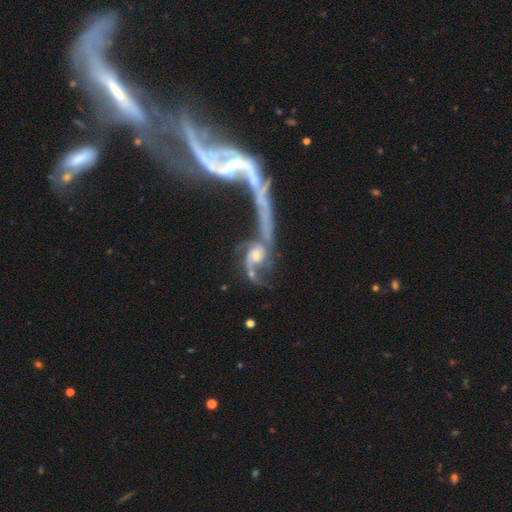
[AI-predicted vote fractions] A featured or disk galaxy (82%) with no bar (67%), 2 (78%) loose (53%) spiral arms (89%) and a moderate central bulge (54%). Merging: merger (47%).